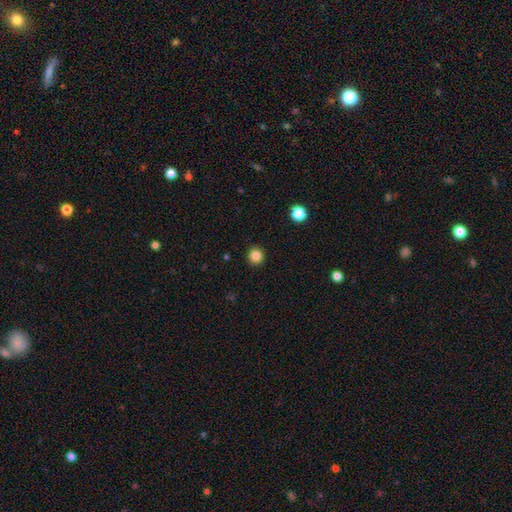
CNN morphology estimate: This is clearly a smooth galaxy (85%). How rounded: clearly round (95%). Merging: clearly none (93%).